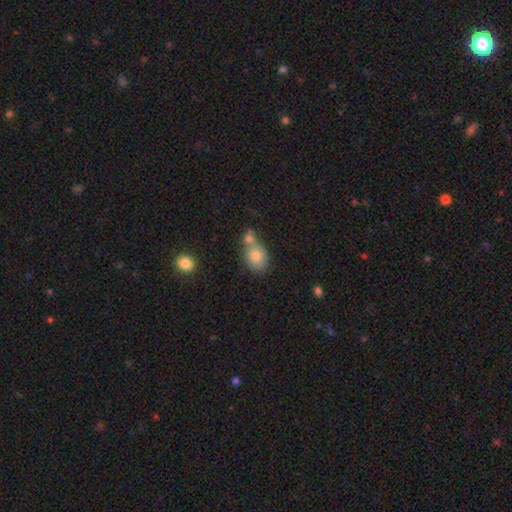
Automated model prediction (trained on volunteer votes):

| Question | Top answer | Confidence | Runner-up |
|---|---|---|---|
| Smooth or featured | smooth | 76% | featured or disk (14%) |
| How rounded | in between | 65% | round (34%) |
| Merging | merger | 46% | none (38%) |